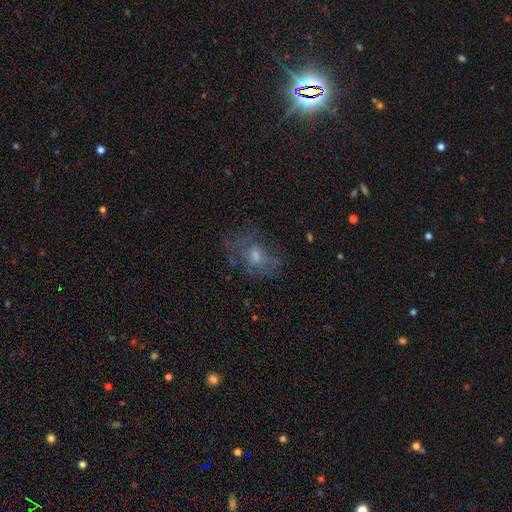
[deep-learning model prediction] smooth_or_featured: featured or disk (p=0.41) [alt: smooth p=0.39]
merging: none (p=0.54) [alt: major disturbance p=0.23]